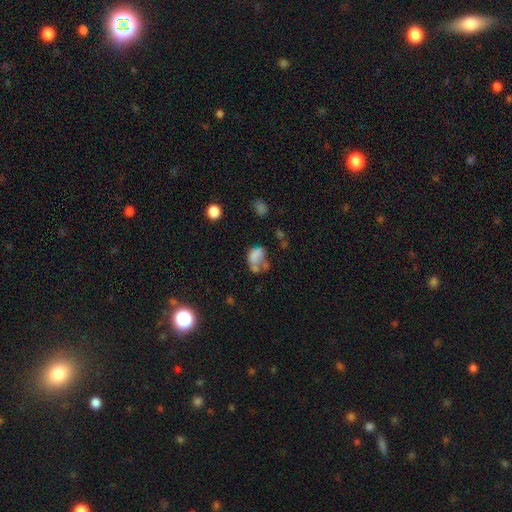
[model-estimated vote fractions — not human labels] A smooth galaxy with no disk features (63%) that is in between round and cigar-shaped (69%).

Vote fractions:
- Smooth or featured? smooth: 63% / featured or disk: 23% / star or artifact: 14%
- How rounded? in between: 69% / round: 29% / cigar-shaped: 2%
- Merging? merger: 27% / major disturbance: 26% / none: 26% / minor disturbance: 21%